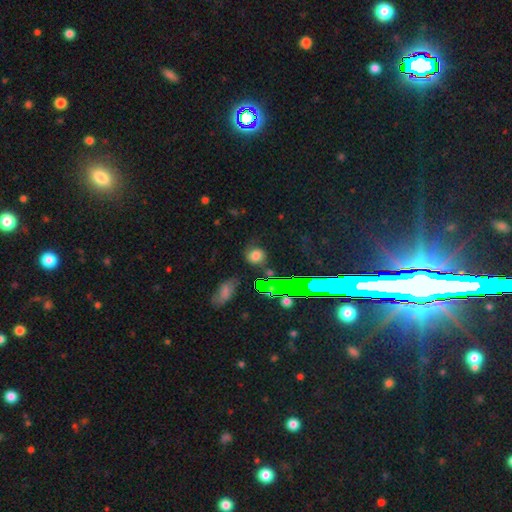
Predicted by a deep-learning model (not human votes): smooth-or-featured: smooth: 67% | star or artifact: 18% | featured or disk: 15%
  how-rounded: round: 79% | in between: 19% | cigar-shaped: 2%
  merging: none: 67% | minor disturbance: 19% | major disturbance: 8% | merger: 6%